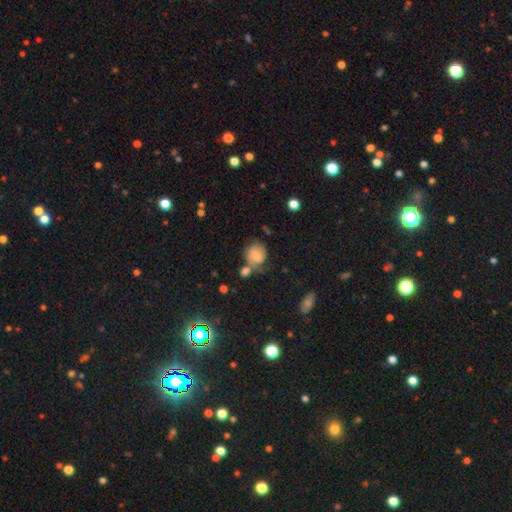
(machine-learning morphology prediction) smooth-or-featured: smooth: 64% | featured or disk: 26% | star or artifact: 10%
  how-rounded: round: 74% | in between: 25% | cigar-shaped: 1%
  merging: none: 49% | minor disturbance: 21% | merger: 20% | major disturbance: 10%